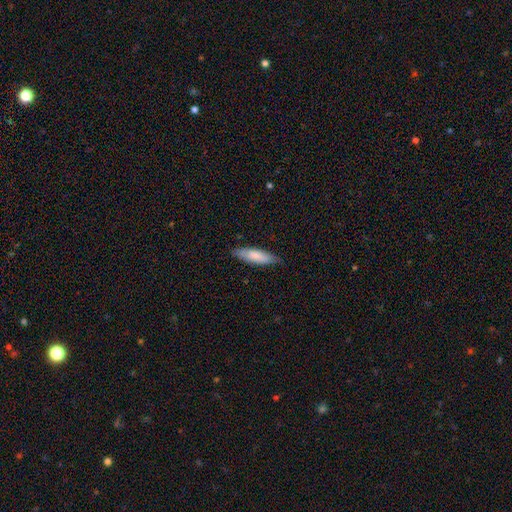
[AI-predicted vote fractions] The model was most divided on "how rounded": cigar-shaped: 52%, in between: 47%, round: 1%. More confident: merging — none (80%); smooth or featured — smooth (79%).